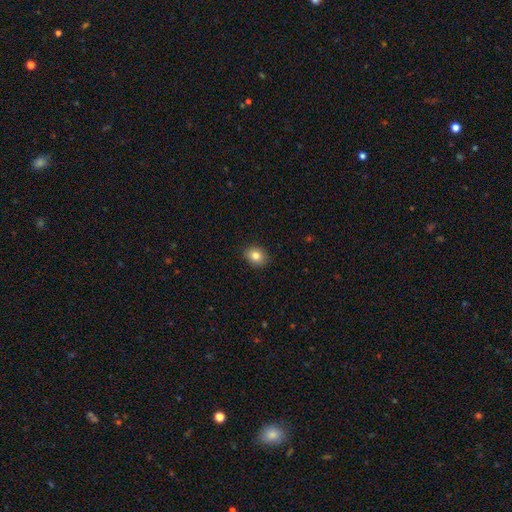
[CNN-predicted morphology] smooth 83%, star or artifact 10%, featured or disk 8%. Down the decision tree: how rounded — round (53%); merging — none (89%).